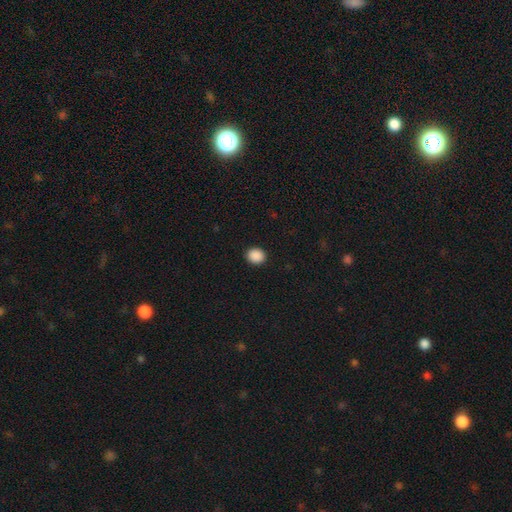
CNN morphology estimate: Q: Smooth or featured?
A: smooth (89%); runner-up: star or artifact (9%)
Q: How rounded?
A: round (74%); runner-up: in between (25%)
Q: Merging?
A: none (92%); runner-up: minor disturbance (5%)